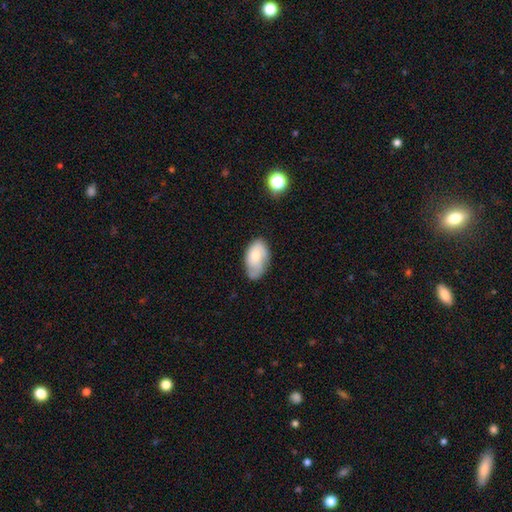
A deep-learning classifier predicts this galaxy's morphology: This is possibly a smooth galaxy (59%). How rounded: clearly in between (92%). Merging: likely none (61%).